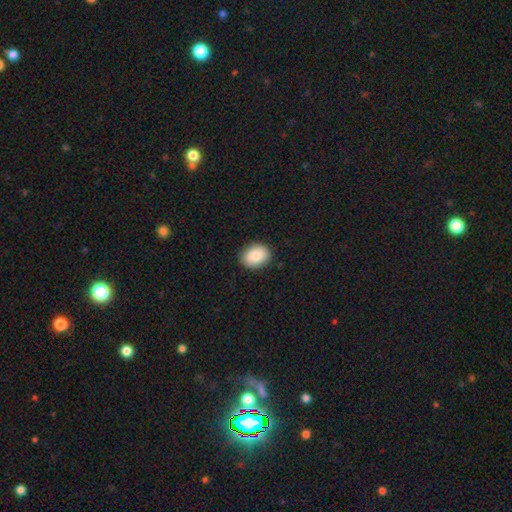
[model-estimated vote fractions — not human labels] The model was most divided on "how rounded": in between: 60%, round: 39%, cigar-shaped: 1%. More confident: merging — none (88%); smooth or featured — smooth (85%).